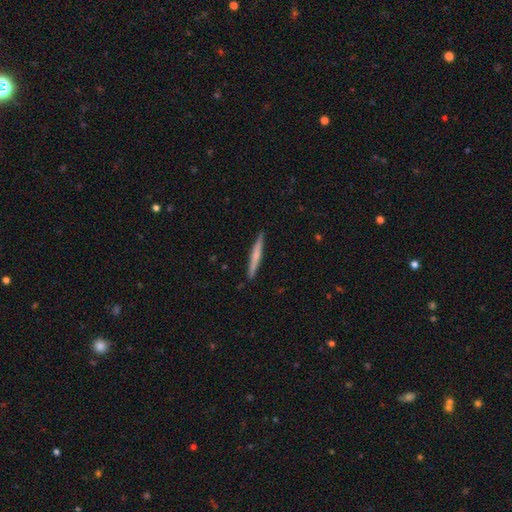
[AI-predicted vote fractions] This appears to be a smooth galaxy with no disk features (53%) that is cigar-shaped (96%). Merging: none (91%).